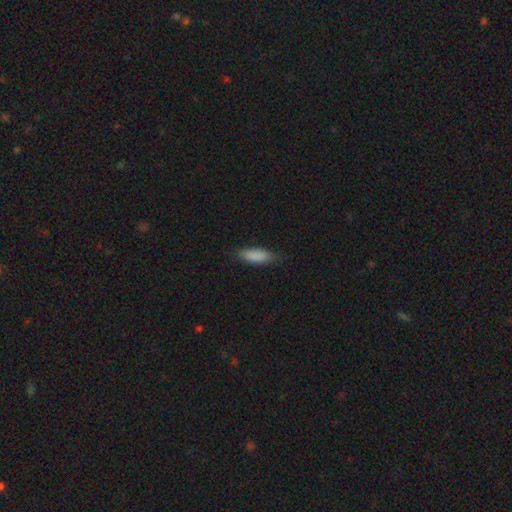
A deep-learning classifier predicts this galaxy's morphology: smooth-or-featured: smooth: 87% | featured or disk: 7% | star or artifact: 6%
  how-rounded: in between: 60% | cigar-shaped: 38% | round: 2%
  merging: none: 80% | minor disturbance: 16% | major disturbance: 3% | merger: 1%